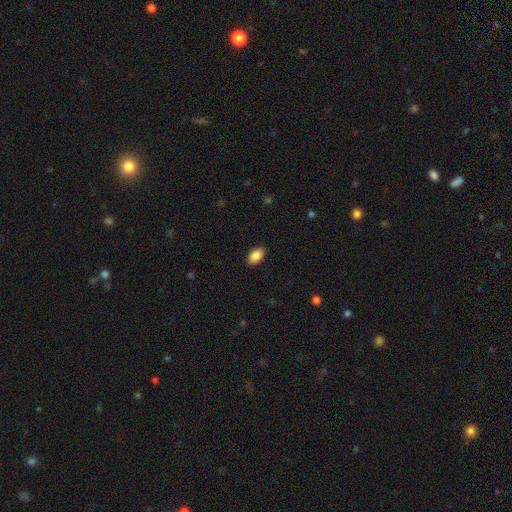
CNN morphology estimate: smooth-or-featured: smooth: 89% | star or artifact: 7% | featured or disk: 4%
  how-rounded: in between: 91% | round: 8% | cigar-shaped: 1%
  merging: none: 89% | minor disturbance: 8% | major disturbance: 2% | merger: 1%